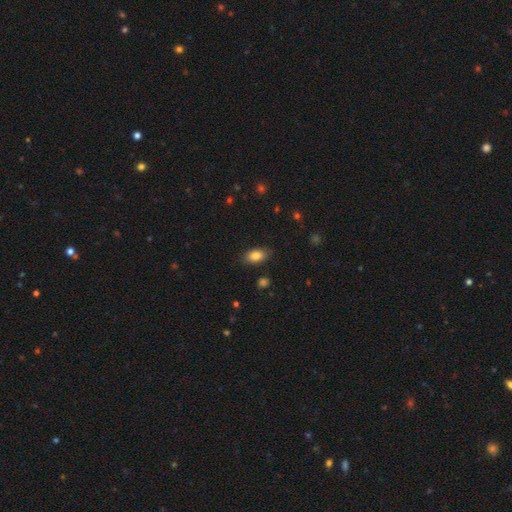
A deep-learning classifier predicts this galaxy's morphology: Overall: smooth (84%). How rounded: in between (89%). Merging: none (82%).